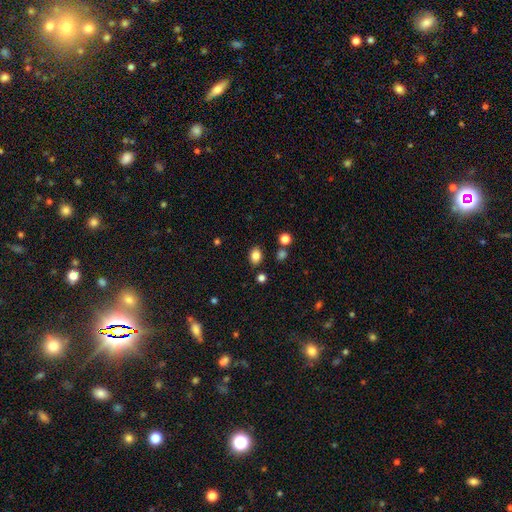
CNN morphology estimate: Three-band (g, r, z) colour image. It shows a smooth galaxy with no disk features (83%) that is in between round and cigar-shaped (67%). Merging: none (84%).